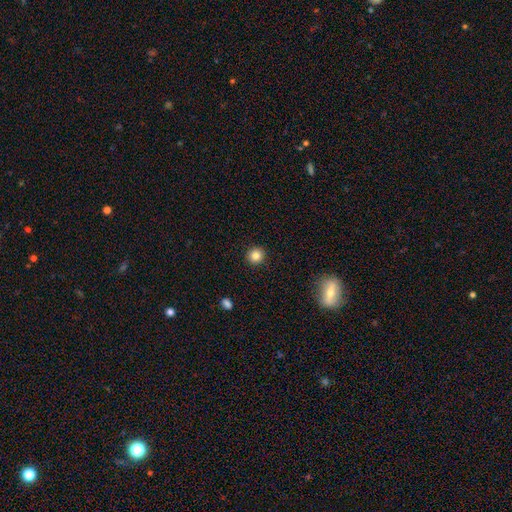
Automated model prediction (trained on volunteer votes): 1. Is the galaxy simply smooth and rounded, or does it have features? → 84% smooth, 11% star or artifact, 5% featured or disk.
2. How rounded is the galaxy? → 93% round, 6% in between, 1% cigar-shaped.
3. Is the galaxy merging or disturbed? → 92% none, 5% minor disturbance, 2% major disturbance, 1% merger.